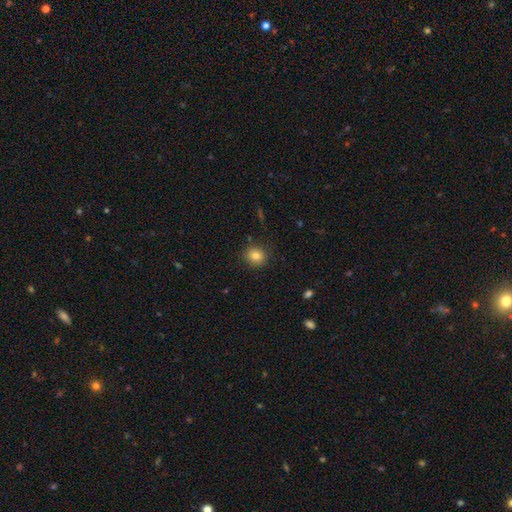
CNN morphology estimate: type=smooth (82%); roundness=round (83%); merging=none (87%).